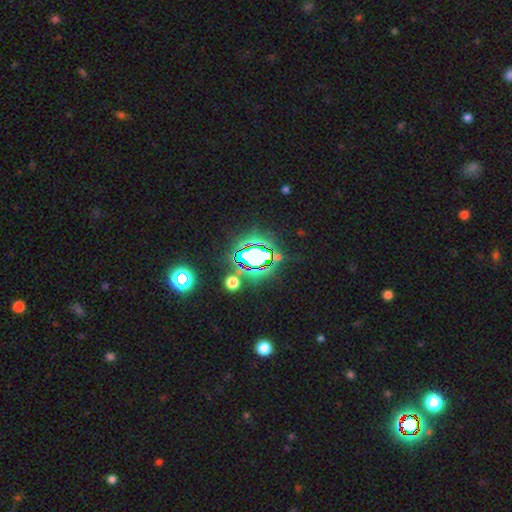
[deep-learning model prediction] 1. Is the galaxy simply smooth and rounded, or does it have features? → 71% star or artifact, 18% smooth, 11% featured or disk.